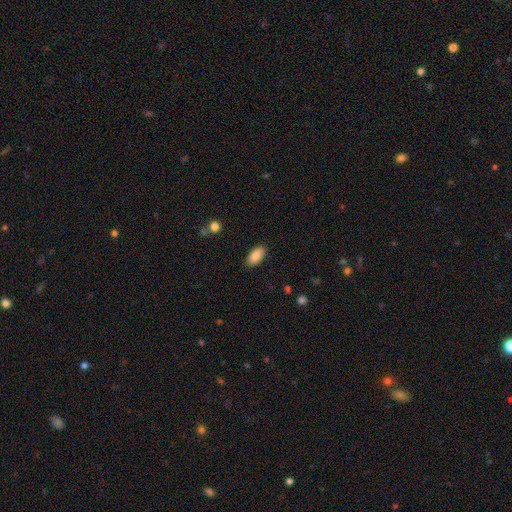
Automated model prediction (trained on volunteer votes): The model was most divided on "merging": none: 87%, minor disturbance: 9%, major disturbance: 2%, merger: 1%. More confident: how rounded — in between (93%); smooth or featured — smooth (87%).